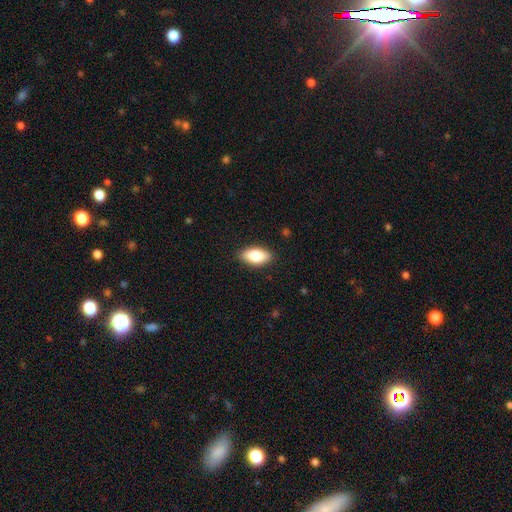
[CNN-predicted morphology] Overall: smooth (82%). How rounded: in between (91%). Merging: none (89%).